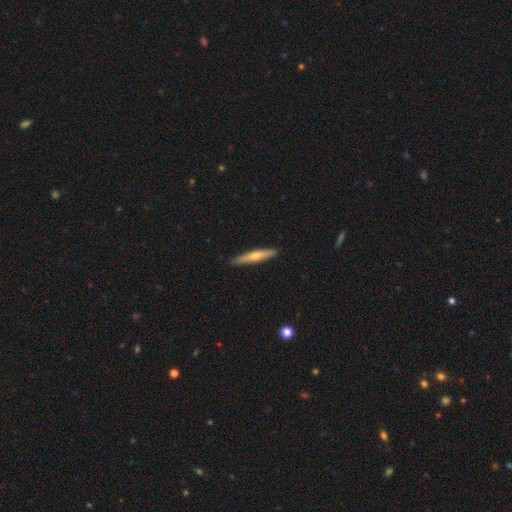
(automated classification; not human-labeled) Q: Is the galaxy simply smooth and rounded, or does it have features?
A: featured or disk — 53%.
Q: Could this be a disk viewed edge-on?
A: yes — 95%.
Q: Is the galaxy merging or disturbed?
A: none — 91%.